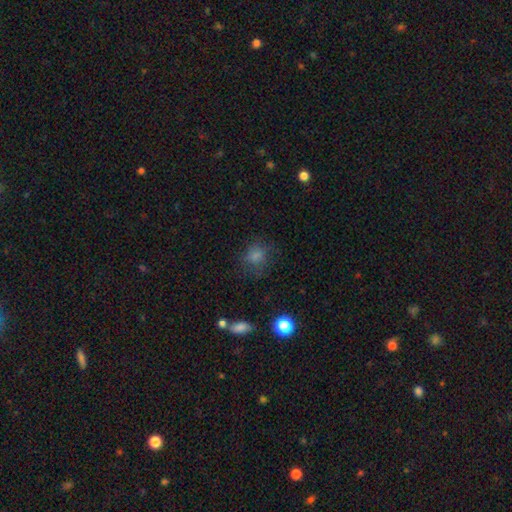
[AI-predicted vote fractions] Smooth or featured? Predicted: smooth (p=0.67). How rounded? Predicted: round (p=0.67). Merging? Predicted: none (p=0.69).